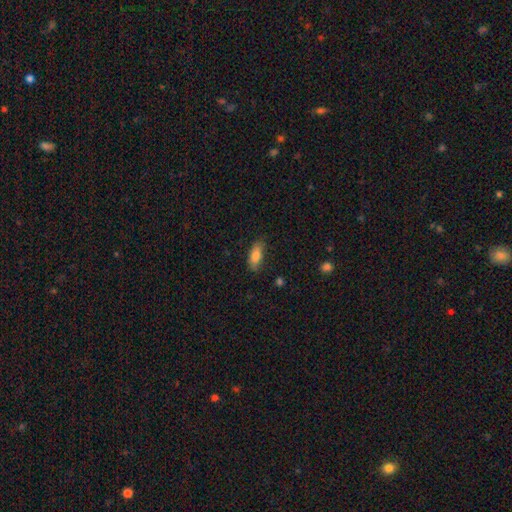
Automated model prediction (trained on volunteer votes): Smooth or featured: smooth — 81% (featured or disk — 12%)
How rounded: in between — 79% (cigar-shaped — 18%)
Merging: none — 76% (minor disturbance — 19%)